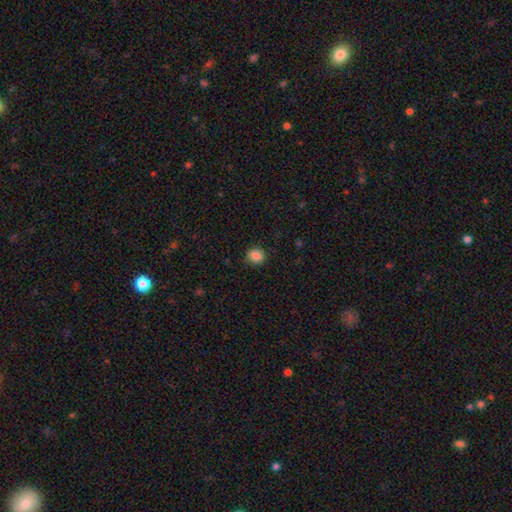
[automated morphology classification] Smooth or featured? smooth (86%)
How rounded? round (81%)
Merging? none (88%)